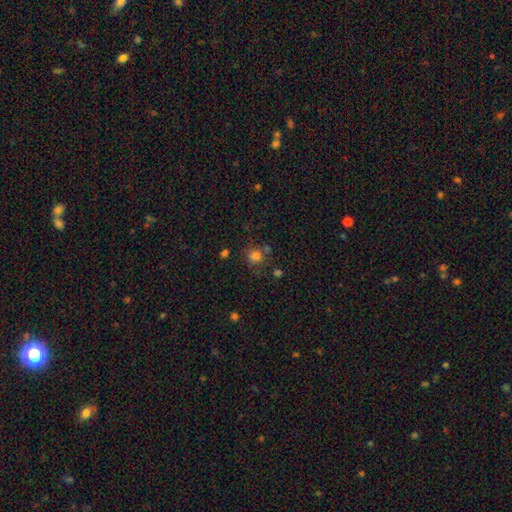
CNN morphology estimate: Smooth or featured?
  - smooth: 76% *
  - star or artifact: 16%
  - featured or disk: 8%
How rounded?
  - round: 78% *
  - in between: 21%
  - cigar-shaped: 1%
Merging?
  - none: 63% *
  - minor disturbance: 17%
  - merger: 13%
  - major disturbance: 8%